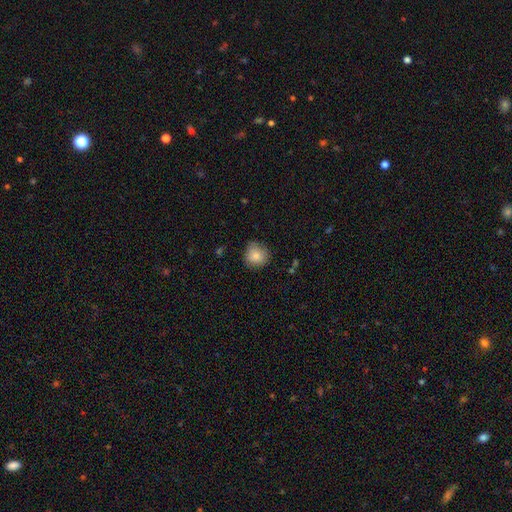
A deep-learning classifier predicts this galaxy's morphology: smooth_or_featured: smooth (p=0.81) [alt: featured or disk p=0.10]
how_rounded: round (p=0.90) [alt: in between p=0.09]
merging: none (p=0.78) [alt: minor disturbance p=0.18]